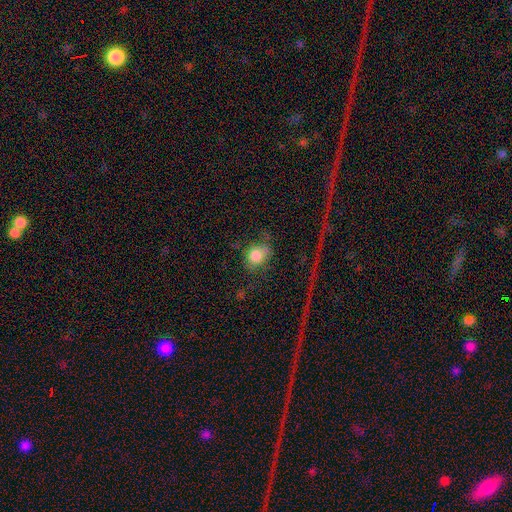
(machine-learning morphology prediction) The model was most divided on "how rounded": round: 56%, in between: 42%, cigar-shaped: 2%. More confident: smooth or featured — smooth (77%); merging — none (54%).